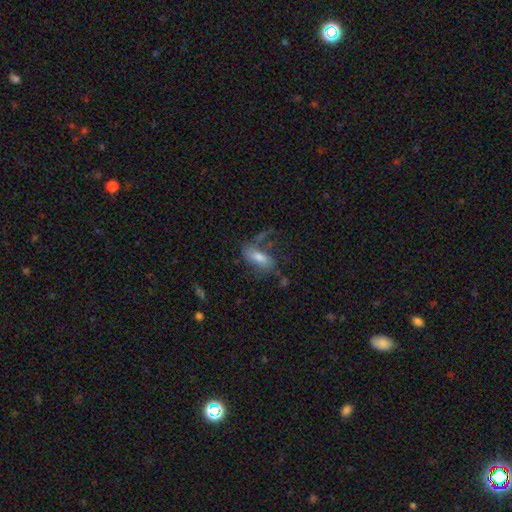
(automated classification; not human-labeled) Q: Smooth or featured?
A: smooth (52%); runner-up: featured or disk (36%)
Q: How rounded?
A: in between (73%); runner-up: cigar-shaped (23%)
Q: Merging?
A: none (49%); runner-up: major disturbance (23%)